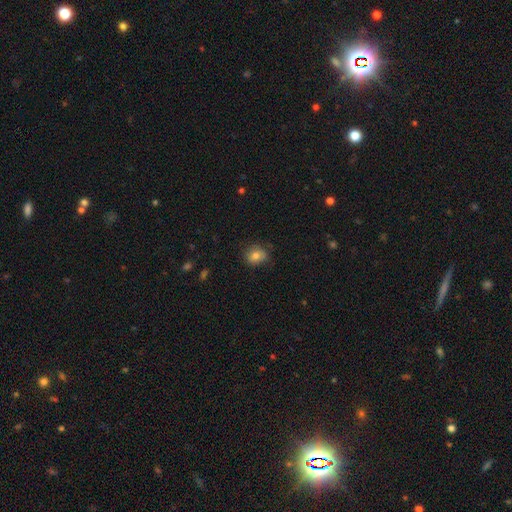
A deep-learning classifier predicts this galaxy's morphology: Overall: smooth (77%). How rounded: round (65%; in between 34%). Merging: none (71%).